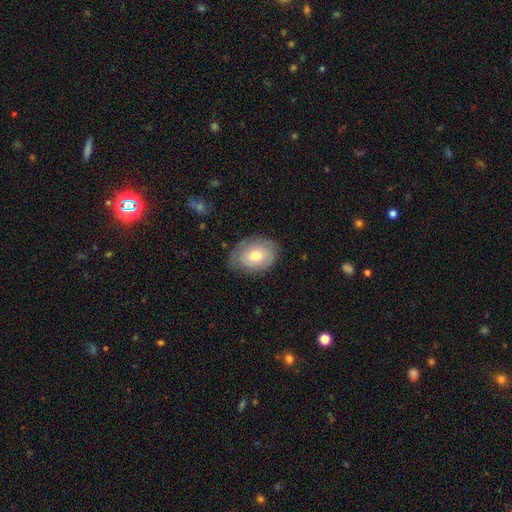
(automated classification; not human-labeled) The model was most divided on "smooth or featured": smooth: 55%, featured or disk: 38%, star or artifact: 7%. More confident: how rounded — in between (74%); merging — none (71%).